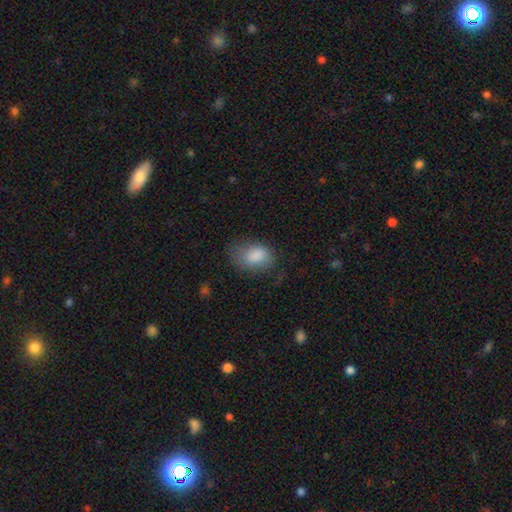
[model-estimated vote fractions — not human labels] This appears to be a smooth galaxy with no disk features (85%) that is in between round and cigar-shaped (81%). Merging: none (55%).